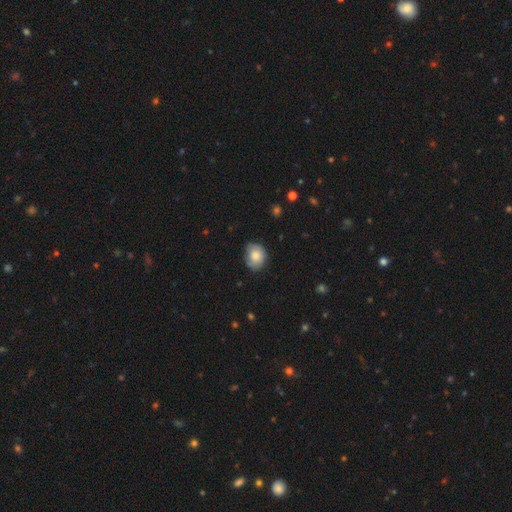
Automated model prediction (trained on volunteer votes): smooth_or_featured: smooth (p=0.78) [alt: featured or disk p=0.15]
how_rounded: round (p=0.55) [alt: in between p=0.44]
merging: none (p=0.67) [alt: minor disturbance p=0.27]